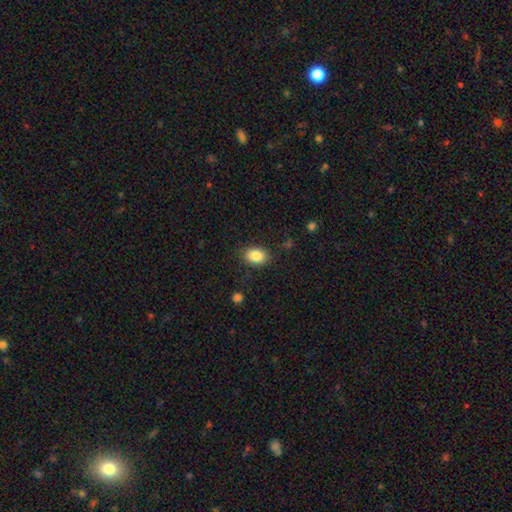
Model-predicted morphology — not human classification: Smooth or featured?
  - smooth: 86% *
  - star or artifact: 8%
  - featured or disk: 6%
How rounded?
  - in between: 77% *
  - round: 22%
  - cigar-shaped: 1%
Merging?
  - none: 84% *
  - minor disturbance: 11%
  - major disturbance: 4%
  - merger: 2%